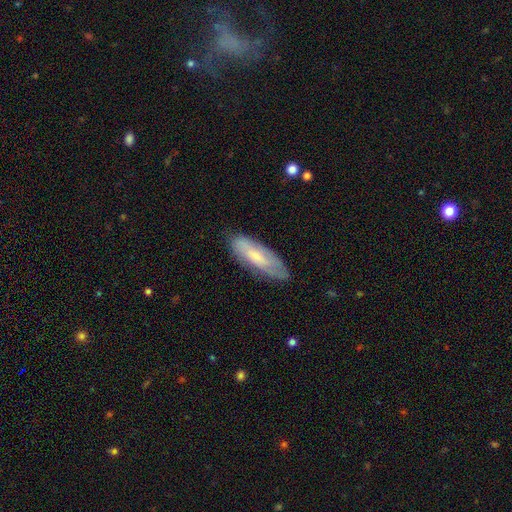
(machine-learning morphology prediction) A smooth galaxy with no disk features (51%) that is in between round and cigar-shaped (57%). Merging: none (74%).